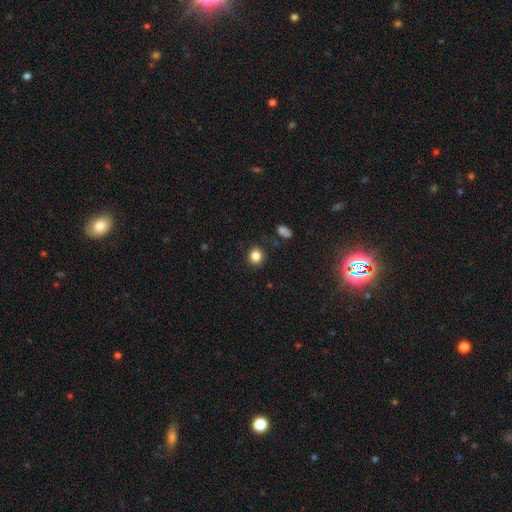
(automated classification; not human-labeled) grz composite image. It shows a smooth galaxy with no disk features (85%) that is round (77%). Merging: none (86%).